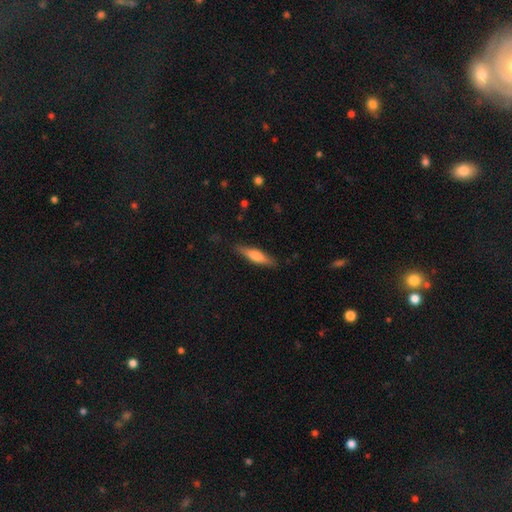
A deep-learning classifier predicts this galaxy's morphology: smooth 59%, featured or disk 35%, star or artifact 6%. Down the decision tree: how rounded — cigar-shaped (75%); merging — none (85%).